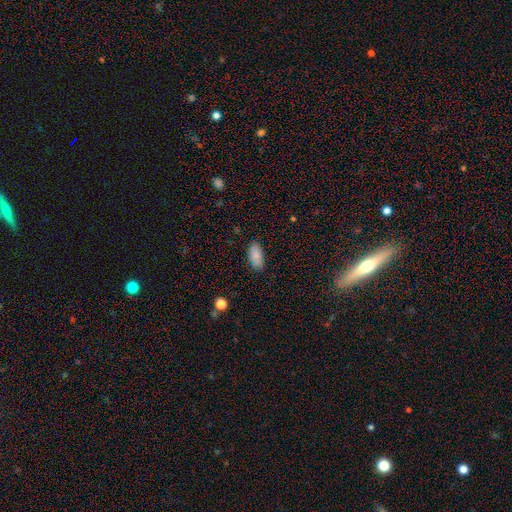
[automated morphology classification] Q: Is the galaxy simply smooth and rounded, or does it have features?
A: smooth — 85%.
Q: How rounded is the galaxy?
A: in between — 90%.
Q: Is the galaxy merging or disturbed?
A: none — 84%.